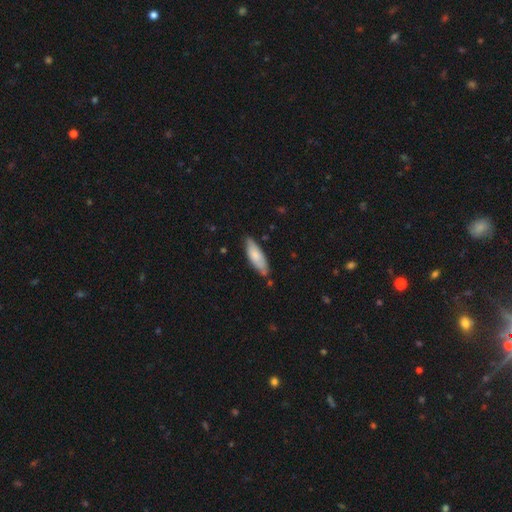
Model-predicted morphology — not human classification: smooth-or-featured: smooth: 75% | featured or disk: 20% | star or artifact: 5%
  how-rounded: in between: 58% | cigar-shaped: 40% | round: 1%
  merging: none: 71% | minor disturbance: 22% | merger: 4% | major disturbance: 3%